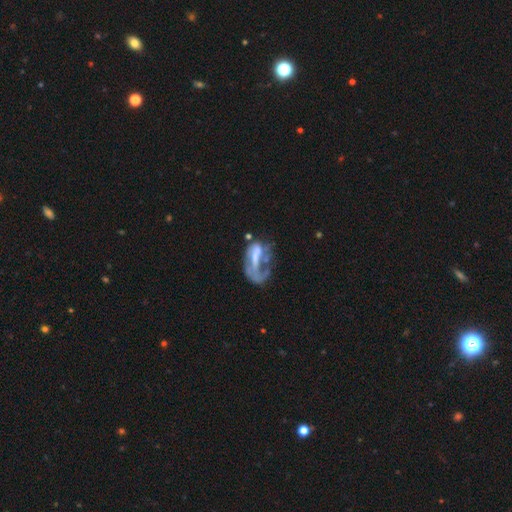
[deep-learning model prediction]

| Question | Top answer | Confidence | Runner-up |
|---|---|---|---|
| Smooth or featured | featured or disk | 65% | smooth (25%) |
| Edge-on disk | no | 96% | yes (4%) |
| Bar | no | 42% | weak (30%) |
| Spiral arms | yes | 52% | no (48%) |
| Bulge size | none | 45% | moderate (23%) |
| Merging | major disturbance | 49% | none (25%) |